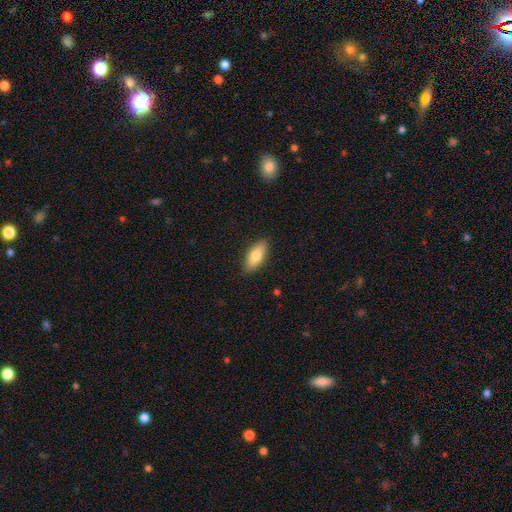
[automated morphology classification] smooth-or-featured: smooth: 78% | featured or disk: 16% | star or artifact: 6%
  how-rounded: in between: 76% | cigar-shaped: 21% | round: 2%
  merging: none: 88% | minor disturbance: 9% | major disturbance: 2% | merger: 1%